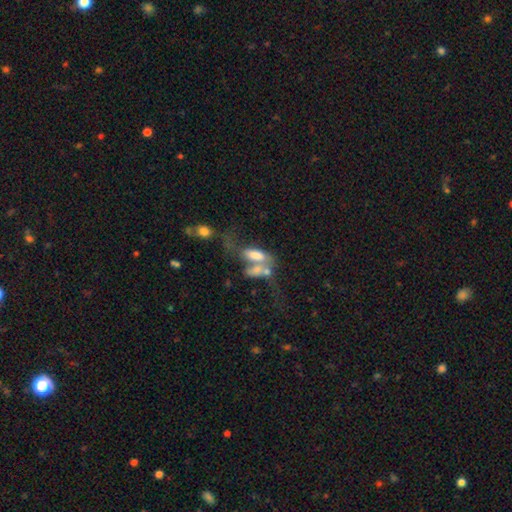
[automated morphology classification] Q: Smooth or featured?
A: smooth (59%); runner-up: featured or disk (31%)
Q: How rounded?
A: in between (80%); runner-up: cigar-shaped (16%)
Q: Merging?
A: merger (58%); runner-up: major disturbance (17%)